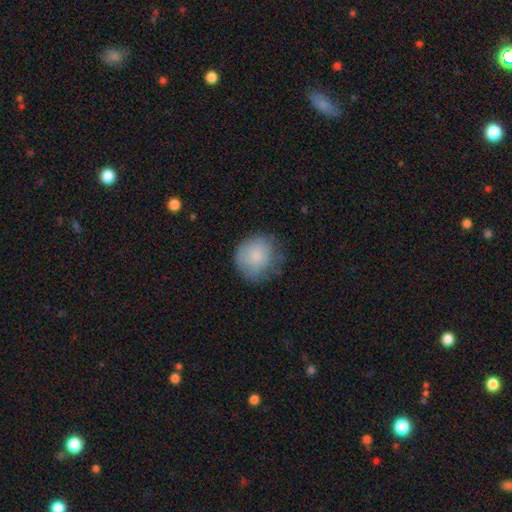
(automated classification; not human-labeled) smooth 81%, featured or disk 12%, star or artifact 8%. Down the decision tree: how rounded — round (85%); merging — none (64%).